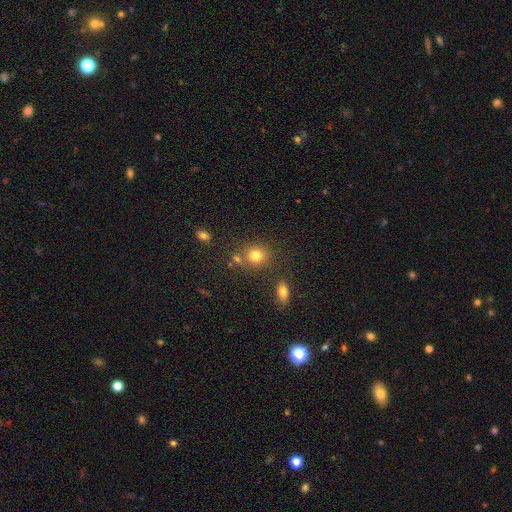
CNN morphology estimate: smooth 80%, star or artifact 13%, featured or disk 7%. Down the decision tree: how rounded — round (79%); merging — none (72%).